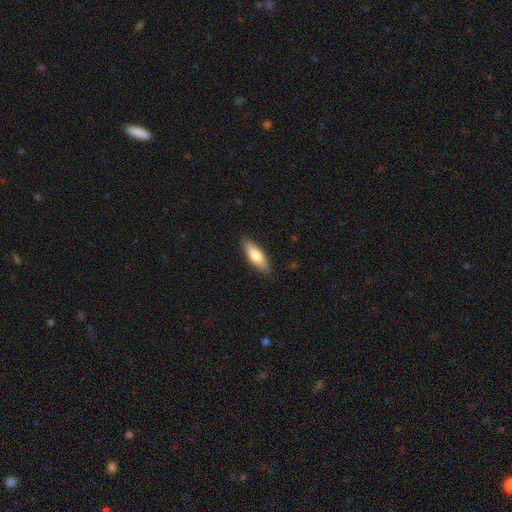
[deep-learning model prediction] Overall: smooth (75%). How rounded: in between (58%; cigar-shaped 40%). Merging: none (87%).